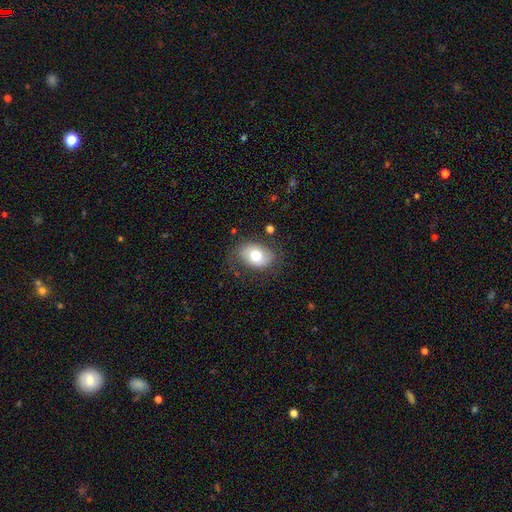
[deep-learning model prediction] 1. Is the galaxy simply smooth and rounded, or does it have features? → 71% smooth, 21% featured or disk, 8% star or artifact.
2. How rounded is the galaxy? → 78% in between, 21% round, 1% cigar-shaped.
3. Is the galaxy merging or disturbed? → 73% none, 18% minor disturbance, 7% major disturbance, 2% merger.